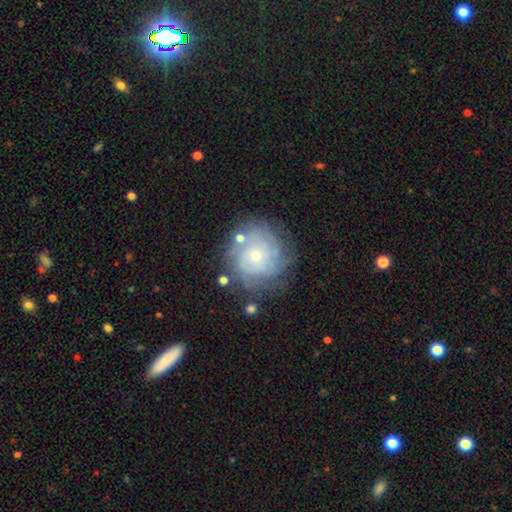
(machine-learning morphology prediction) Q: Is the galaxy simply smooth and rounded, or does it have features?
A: featured or disk — 71%.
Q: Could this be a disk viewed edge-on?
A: no — 98%.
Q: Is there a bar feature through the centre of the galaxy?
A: no — 80%.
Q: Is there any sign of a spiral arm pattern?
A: yes — 88%.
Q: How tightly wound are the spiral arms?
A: tight — 72%.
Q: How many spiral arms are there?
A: can't tell — 47%.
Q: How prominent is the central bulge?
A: small — 68%.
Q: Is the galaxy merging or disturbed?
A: none — 72%.